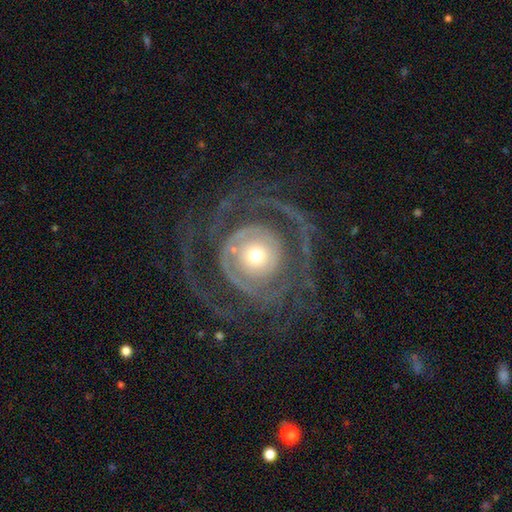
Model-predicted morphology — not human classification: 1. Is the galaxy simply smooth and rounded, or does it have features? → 83% featured or disk, 11% smooth, 6% star or artifact.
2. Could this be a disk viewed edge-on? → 97% no, 3% yes.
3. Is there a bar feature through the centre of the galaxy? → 84% no, 11% weak, 5% strong.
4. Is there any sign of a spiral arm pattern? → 86% yes, 14% no.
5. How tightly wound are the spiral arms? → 52% tight, 29% medium, 20% loose.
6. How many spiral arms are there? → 37% 2, 21% can't tell, 16% 1, 12% 3, 7% 4, 7% more than 4.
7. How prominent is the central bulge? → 48% moderate, 39% small, 9% large, 2% dominant, 1% none.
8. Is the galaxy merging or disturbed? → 54% none, 30% major disturbance, 13% minor disturbance, 3% merger.